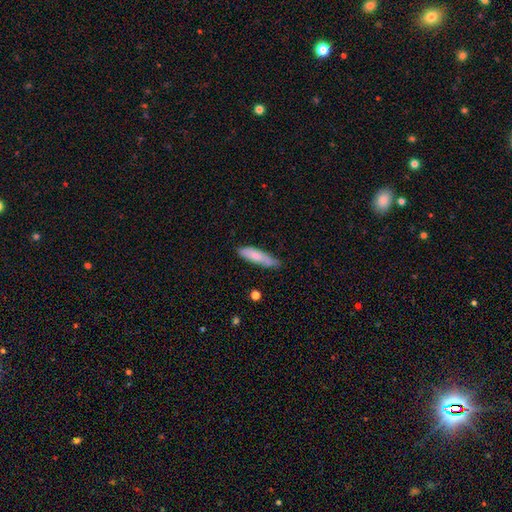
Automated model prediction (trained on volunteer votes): This is likely a smooth galaxy (78%). How rounded: likely cigar-shaped (67%). Merging: likely none (67%).